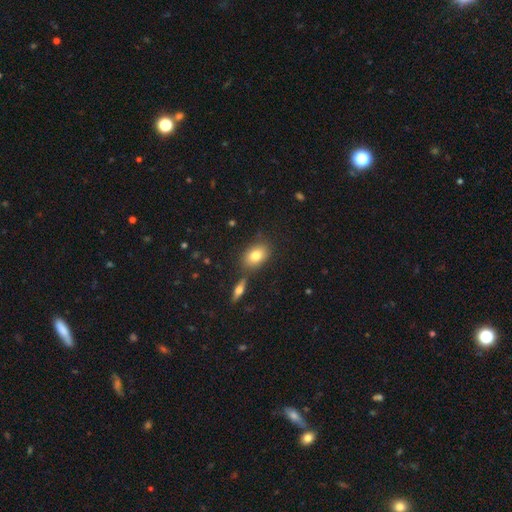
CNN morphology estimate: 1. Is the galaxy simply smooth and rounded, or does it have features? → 79% smooth, 13% featured or disk, 8% star or artifact.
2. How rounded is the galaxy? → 78% in between, 20% round, 2% cigar-shaped.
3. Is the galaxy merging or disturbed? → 73% none, 12% merger, 12% minor disturbance, 3% major disturbance.